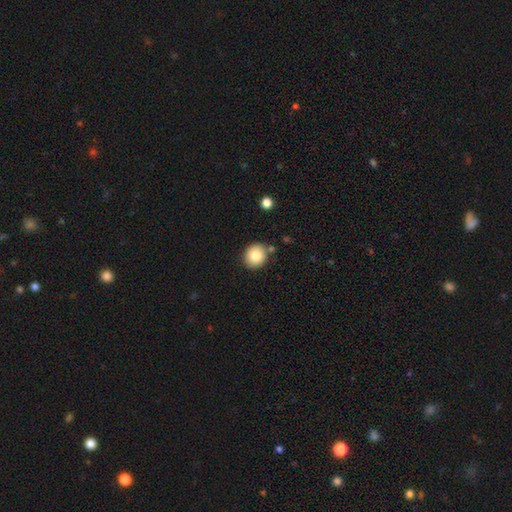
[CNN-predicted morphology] This is clearly a smooth galaxy (82%). How rounded: clearly round (81%). Merging: likely none (80%).